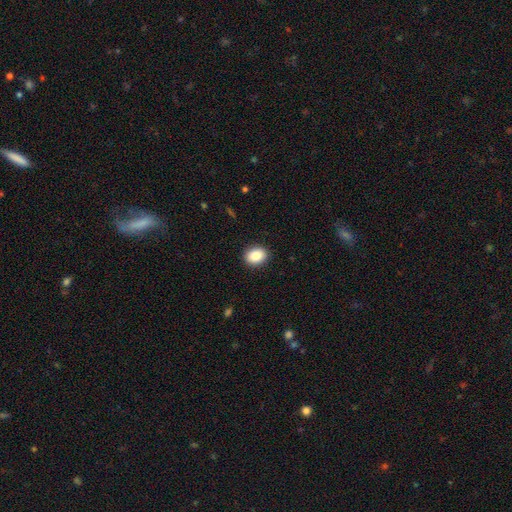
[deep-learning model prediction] A smooth galaxy with no disk features (86%) that is in between round and cigar-shaped (55%).

Vote fractions:
- Smooth or featured? smooth: 86% / star or artifact: 8% / featured or disk: 6%
- How rounded? in between: 55% / round: 44% / cigar-shaped: 1%
- Merging? none: 91% / minor disturbance: 7% / major disturbance: 2% / merger: 1%